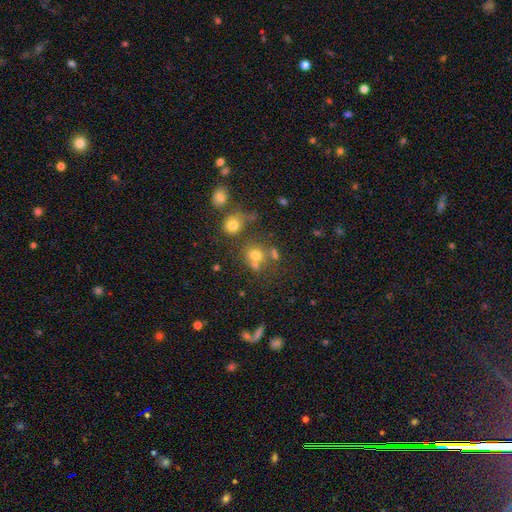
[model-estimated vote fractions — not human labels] Smooth or featured? smooth (66%)
How rounded? round (75%)
Merging? none (51%)